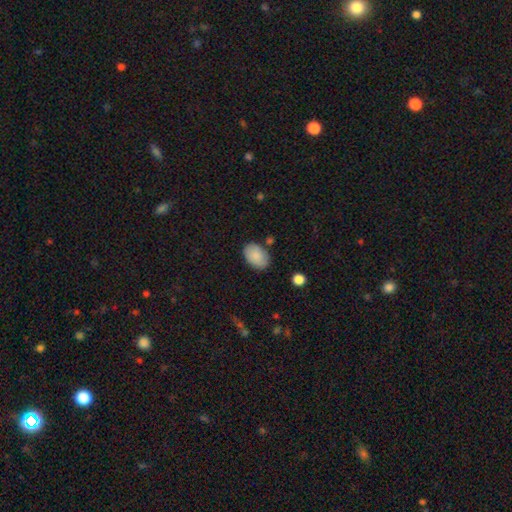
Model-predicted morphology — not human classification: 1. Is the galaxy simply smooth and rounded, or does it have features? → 86% smooth, 8% featured or disk, 6% star or artifact.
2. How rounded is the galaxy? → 87% in between, 12% round, 1% cigar-shaped.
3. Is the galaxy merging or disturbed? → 80% none, 14% minor disturbance, 3% major disturbance, 3% merger.